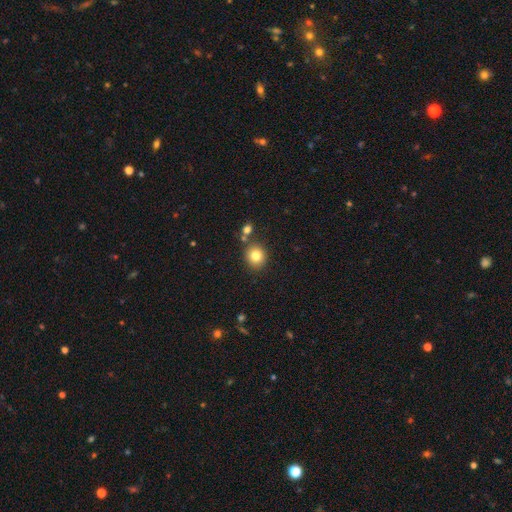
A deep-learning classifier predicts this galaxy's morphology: Q: Smooth or featured?
A: smooth (81%); runner-up: star or artifact (11%)
Q: How rounded?
A: round (82%); runner-up: in between (17%)
Q: Merging?
A: none (79%); runner-up: merger (10%)